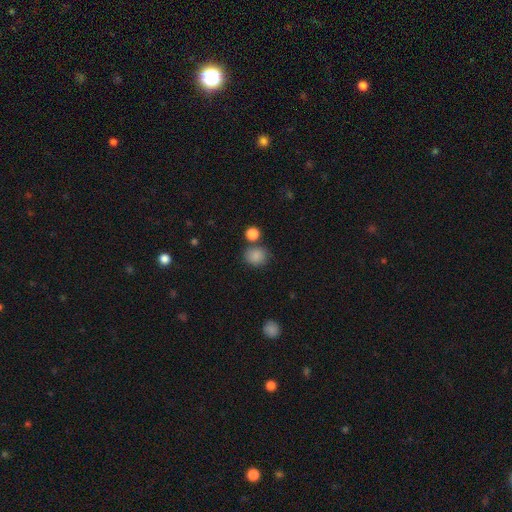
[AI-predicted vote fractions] A smooth galaxy with no disk features (85%) that is round (72%).

Vote fractions:
- Smooth or featured? smooth: 85% / star or artifact: 10% / featured or disk: 4%
- How rounded? round: 72% / in between: 27% / cigar-shaped: 1%
- Merging? none: 71% / minor disturbance: 13% / merger: 12% / major disturbance: 4%